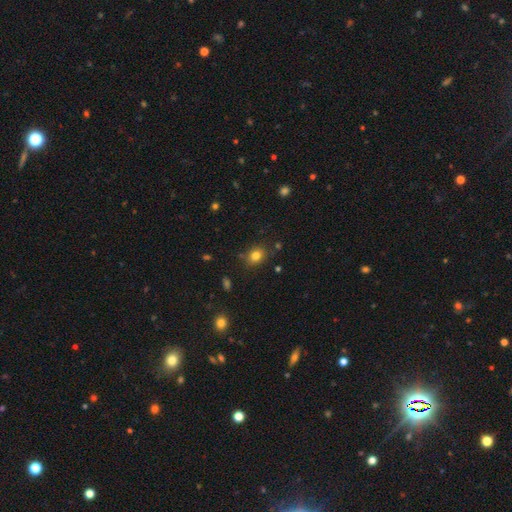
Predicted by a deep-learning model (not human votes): Morphology: type=smooth (80%); roundness=round (52%); merging=none (82%).